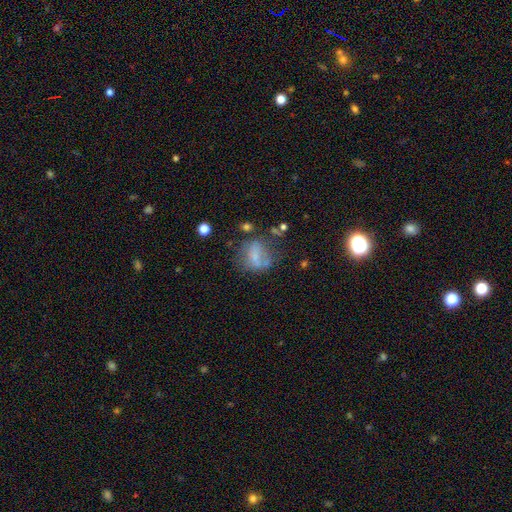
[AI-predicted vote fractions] A smooth galaxy with no disk features (58%) that is in between round and cigar-shaped (51%). Merging: none (40%).